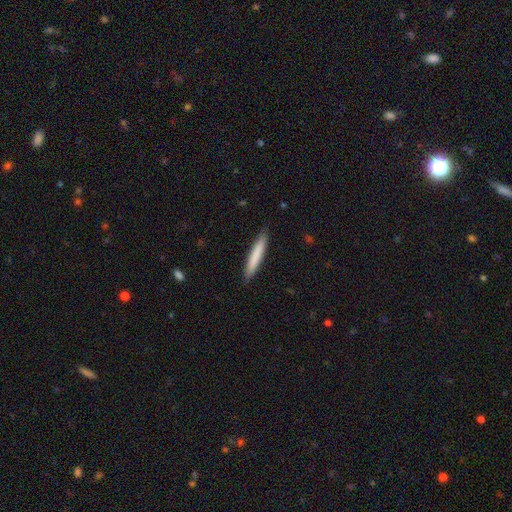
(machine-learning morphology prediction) Smooth or featured?
  - smooth: 79% *
  - featured or disk: 16%
  - star or artifact: 5%
How rounded?
  - cigar-shaped: 94% *
  - in between: 5%
  - round: 1%
Merging?
  - none: 90% *
  - minor disturbance: 8%
  - major disturbance: 1%
  - merger: 1%